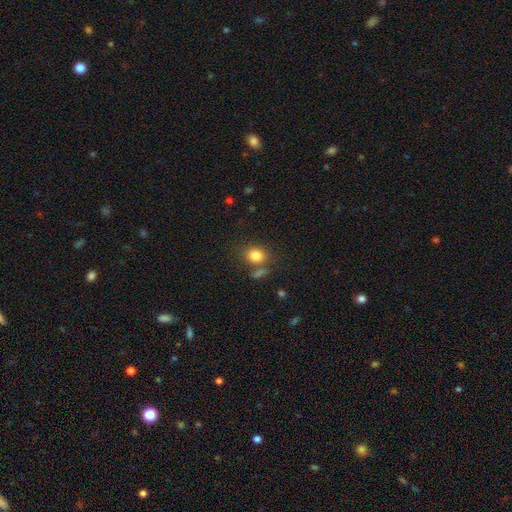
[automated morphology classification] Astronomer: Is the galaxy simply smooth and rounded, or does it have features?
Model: smooth — 83%.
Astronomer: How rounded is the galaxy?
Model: round — 62% (runner-up: in between, 37%).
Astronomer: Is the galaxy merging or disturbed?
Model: none — 67%.